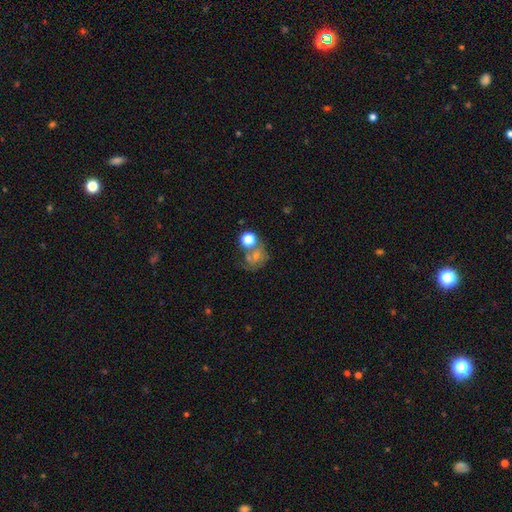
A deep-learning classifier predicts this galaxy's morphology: smooth-or-featured: smooth: 40% | featured or disk: 33% | star or artifact: 27%
  merging: none: 45% | merger: 25% | minor disturbance: 15% | major disturbance: 15%